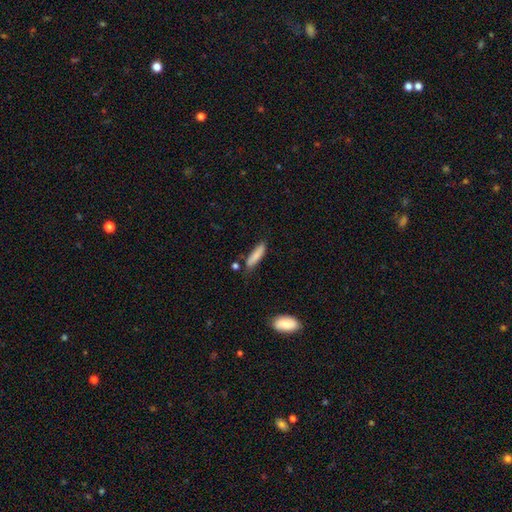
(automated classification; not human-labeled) The model was most divided on "how rounded": cigar-shaped: 70%, in between: 28%, round: 2%. More confident: smooth or featured — smooth (83%); merging — none (68%).